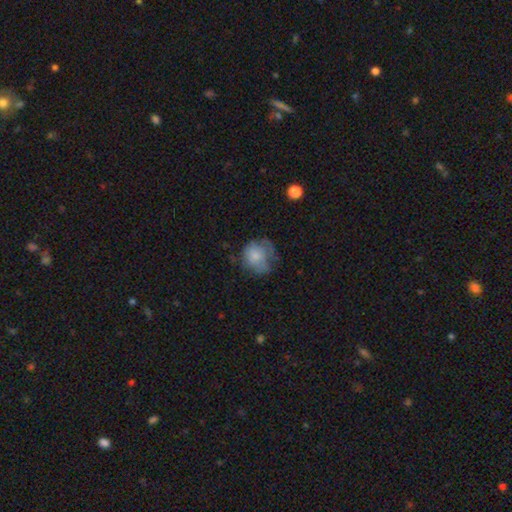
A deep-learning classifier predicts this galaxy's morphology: Smooth or featured?
  - smooth: 65% *
  - featured or disk: 25%
  - star or artifact: 9%
How rounded?
  - round: 73% *
  - in between: 26%
  - cigar-shaped: 1%
Merging?
  - none: 41% *
  - minor disturbance: 30%
  - major disturbance: 26%
  - merger: 2%